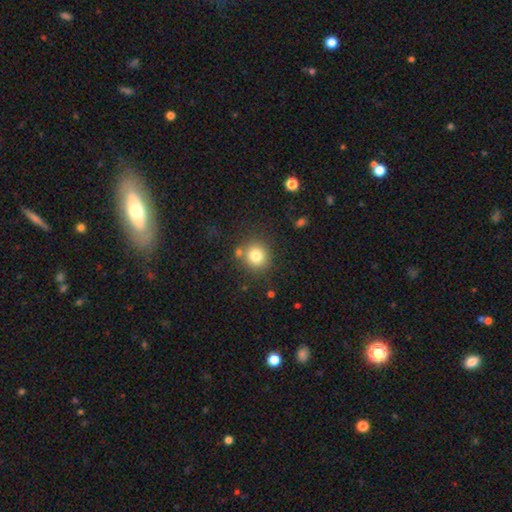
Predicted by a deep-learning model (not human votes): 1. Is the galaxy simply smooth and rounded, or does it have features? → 80% smooth, 12% star or artifact, 8% featured or disk.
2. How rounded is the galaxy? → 90% round, 9% in between, 1% cigar-shaped.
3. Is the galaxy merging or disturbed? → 80% none, 9% minor disturbance, 7% merger, 3% major disturbance.